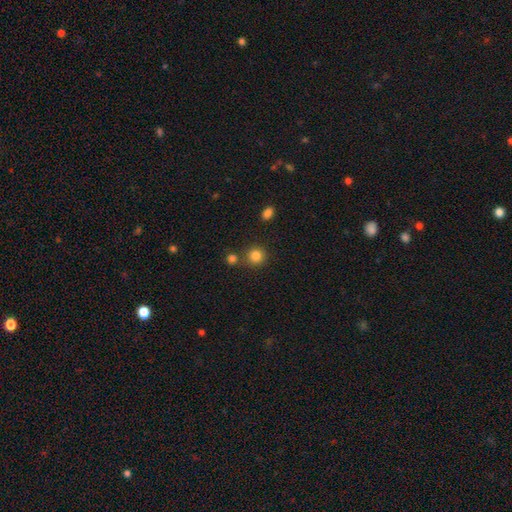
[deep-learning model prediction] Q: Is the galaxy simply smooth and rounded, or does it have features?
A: smooth — 83%.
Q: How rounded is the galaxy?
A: round — 91%.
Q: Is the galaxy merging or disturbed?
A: none — 76%.